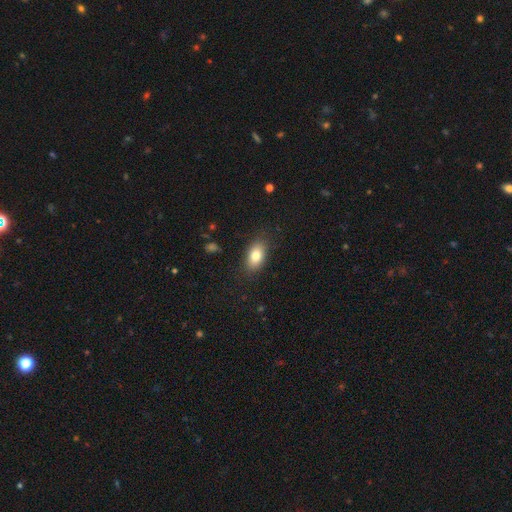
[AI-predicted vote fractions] Smooth or featured?
  - smooth: 81% *
  - featured or disk: 11%
  - star or artifact: 8%
How rounded?
  - in between: 89% *
  - round: 8%
  - cigar-shaped: 3%
Merging?
  - none: 85% *
  - minor disturbance: 11%
  - major disturbance: 3%
  - merger: 1%